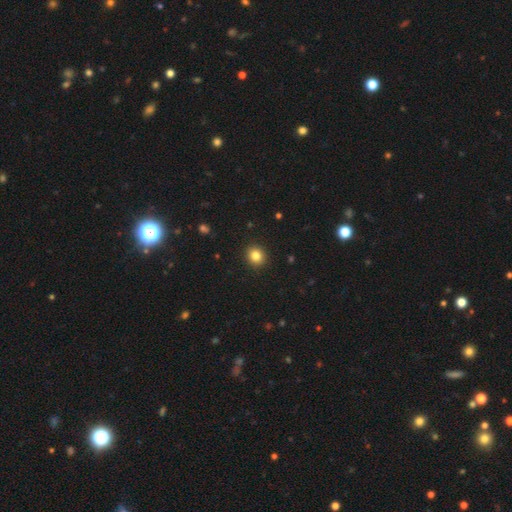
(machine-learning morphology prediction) Smooth or featured?
  - smooth: 83% *
  - star or artifact: 11%
  - featured or disk: 6%
How rounded?
  - round: 82% *
  - in between: 17%
  - cigar-shaped: 1%
Merging?
  - none: 92% *
  - minor disturbance: 5%
  - major disturbance: 2%
  - merger: 1%